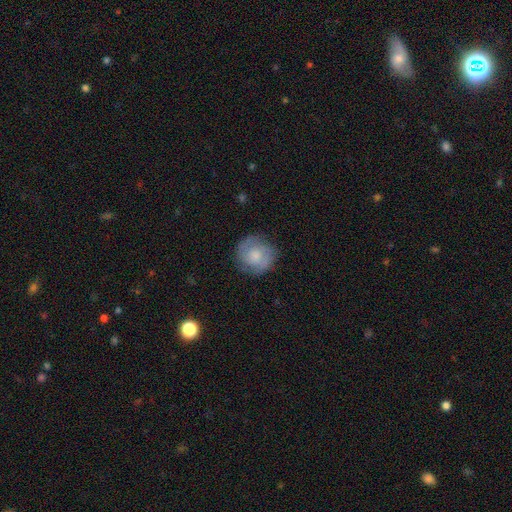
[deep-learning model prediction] Smooth or featured?
  - smooth: 48% *
  - featured or disk: 45%
  - star or artifact: 7%
Merging?
  - none: 78% *
  - minor disturbance: 16%
  - major disturbance: 5%
  - merger: 1%